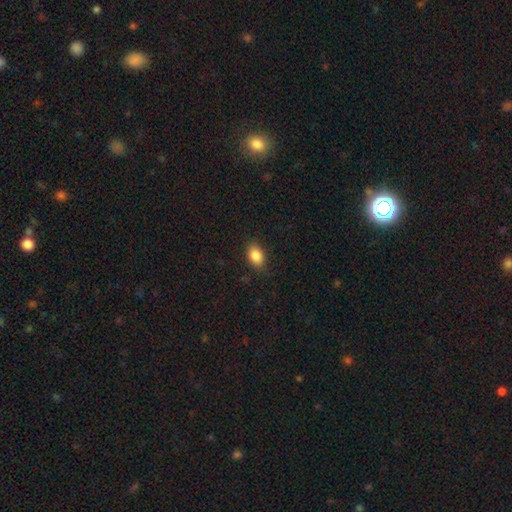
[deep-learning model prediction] Overall: smooth (87%). How rounded: in between (81%). Merging: none (84%).